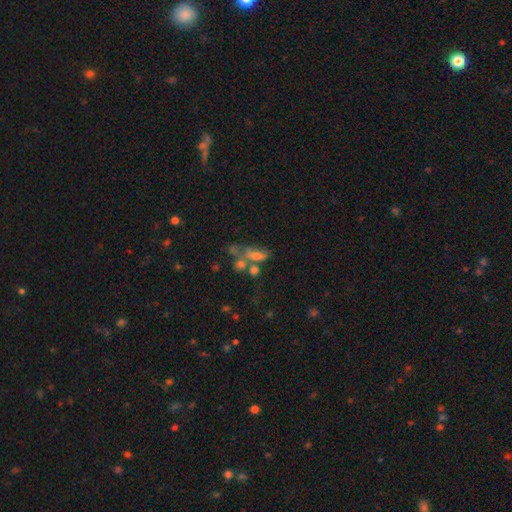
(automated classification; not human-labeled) Morphology: type=smooth (55%); roundness=in between (69%); merging=merger (36%).